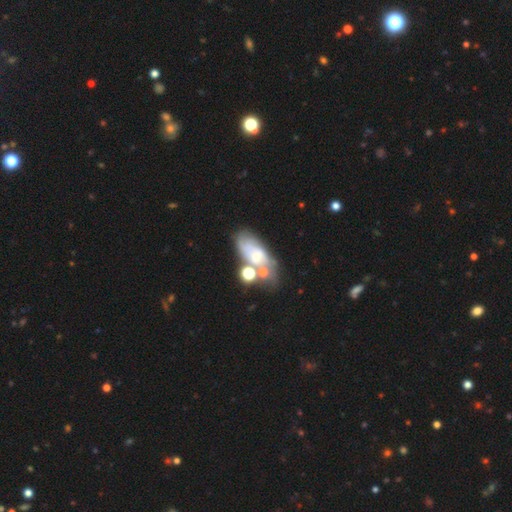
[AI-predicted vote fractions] Q: Smooth or featured?
A: featured or disk (47%); runner-up: smooth (38%)
Q: Merging?
A: none (37%); runner-up: merger (30%)